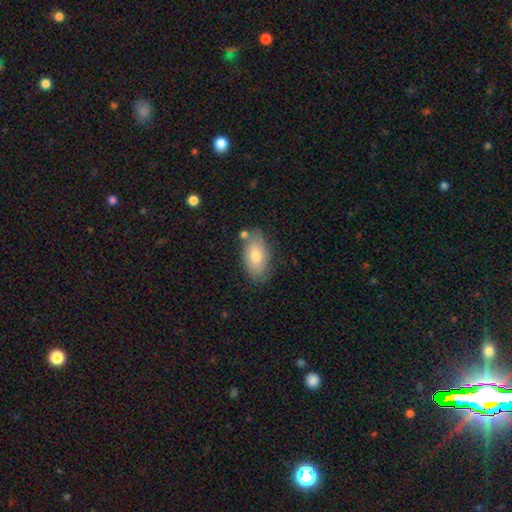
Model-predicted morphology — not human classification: smooth_or_featured: smooth (p=0.73) [alt: featured or disk p=0.21]
how_rounded: in between (p=0.92) [alt: round p=0.05]
merging: none (p=0.73) [alt: minor disturbance p=0.18]